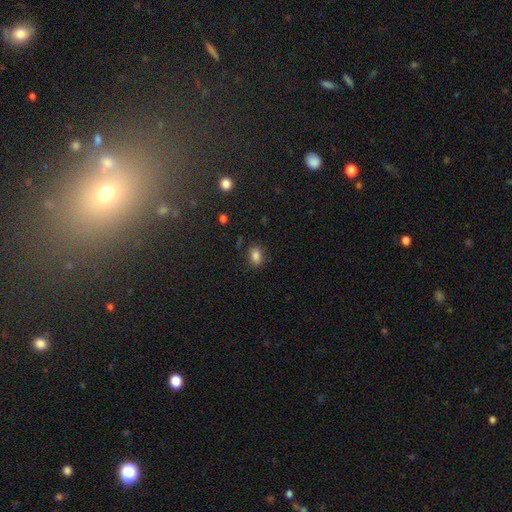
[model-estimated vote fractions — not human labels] A smooth galaxy with no disk features (83%) that is in between round and cigar-shaped (73%).

Vote fractions:
- Smooth or featured? smooth: 83% / star or artifact: 12% / featured or disk: 5%
- How rounded? in between: 73% / round: 25% / cigar-shaped: 2%
- Merging? none: 80% / minor disturbance: 14% / major disturbance: 4% / merger: 2%